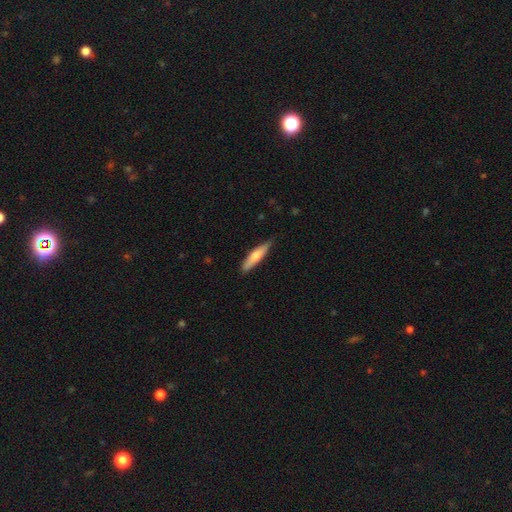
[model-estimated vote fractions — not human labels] This is possibly a smooth galaxy (58%). How rounded: clearly cigar-shaped (81%). Merging: clearly none (83%).